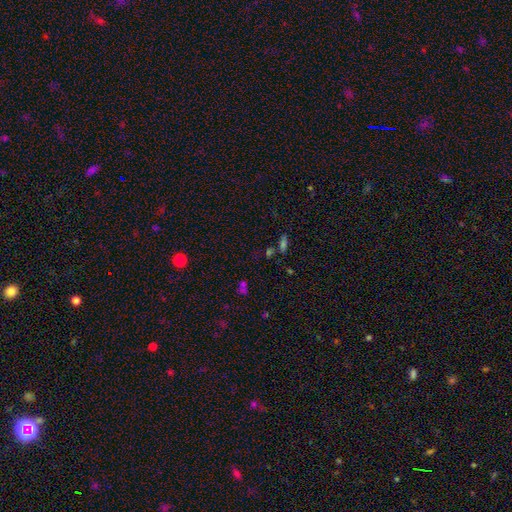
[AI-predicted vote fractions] The model was most divided on "smooth or featured": smooth: 47%, star or artifact: 42%, featured or disk: 11%. More confident: merging — none (63%).